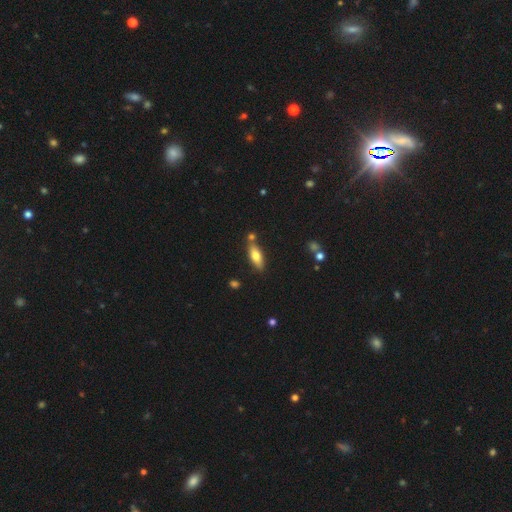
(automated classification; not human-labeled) smooth 70%, featured or disk 24%, star or artifact 7%. Down the decision tree: how rounded — in between (63%); merging — none (74%).